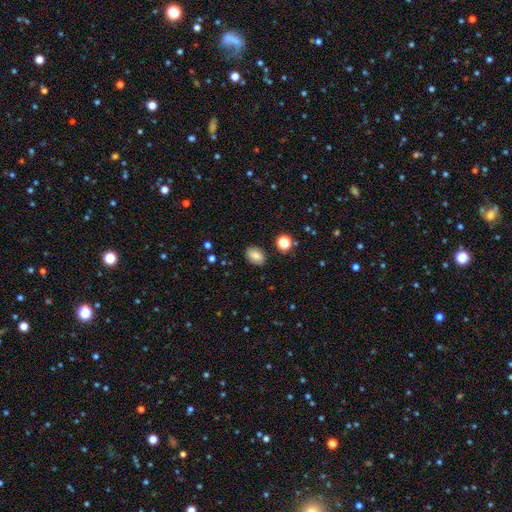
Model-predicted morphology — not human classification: The model was most divided on "how rounded": in between: 79%, round: 19%, cigar-shaped: 1%. More confident: merging — none (86%); smooth or featured — smooth (81%).